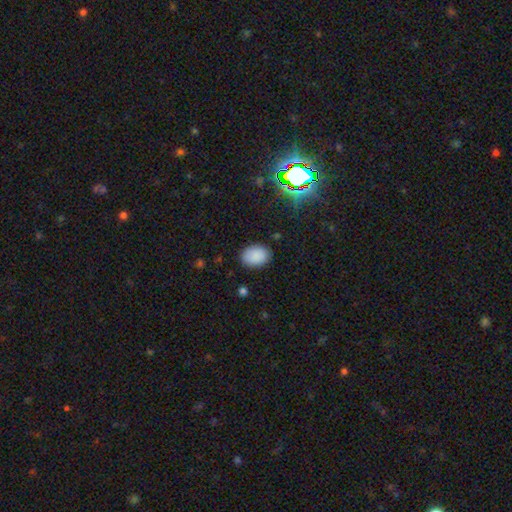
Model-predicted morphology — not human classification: Smooth or featured? smooth (87%)
How rounded? in between (79%)
Merging? none (86%)